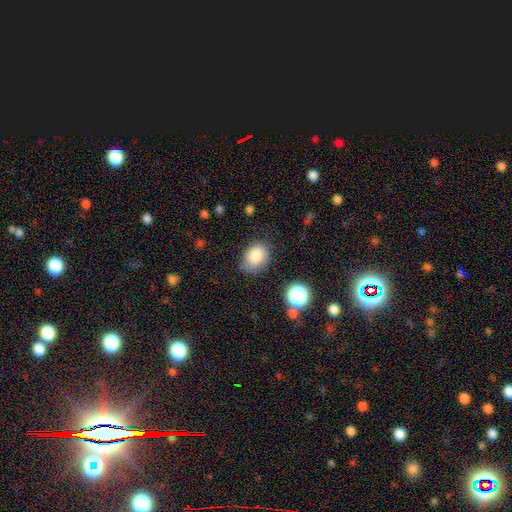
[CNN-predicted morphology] Smooth or featured? Predicted: smooth (p=0.83). How rounded? Predicted: in between (p=0.65). Merging? Predicted: none (p=0.75).